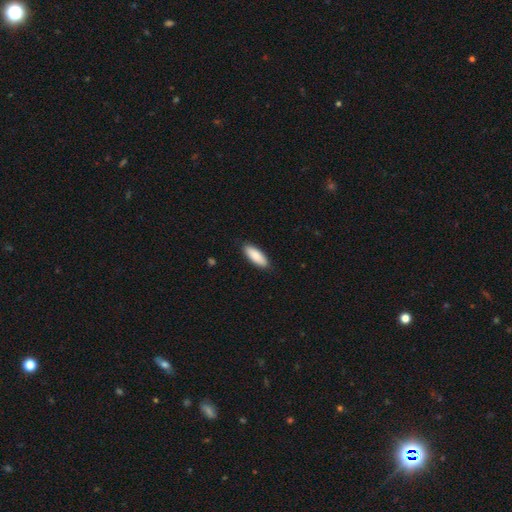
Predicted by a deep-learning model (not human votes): Smooth or featured: smooth — 89% (featured or disk — 6%)
How rounded: in between — 66% (cigar-shaped — 32%)
Merging: none — 89% (minor disturbance — 8%)